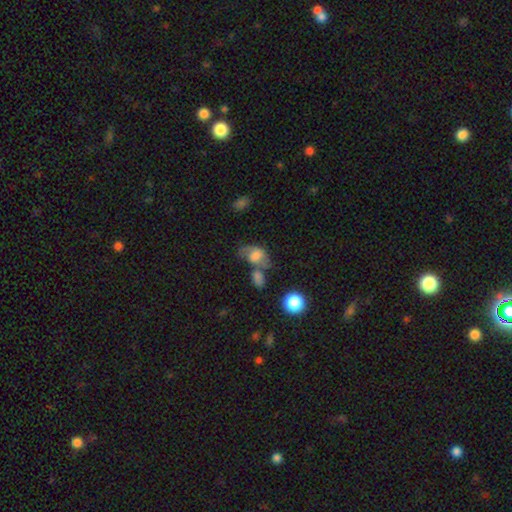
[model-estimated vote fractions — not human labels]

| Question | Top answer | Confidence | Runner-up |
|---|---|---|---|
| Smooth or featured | smooth | 57% | featured or disk (32%) |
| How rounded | in between | 81% | round (17%) |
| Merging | merger | 32% | none (31%) |